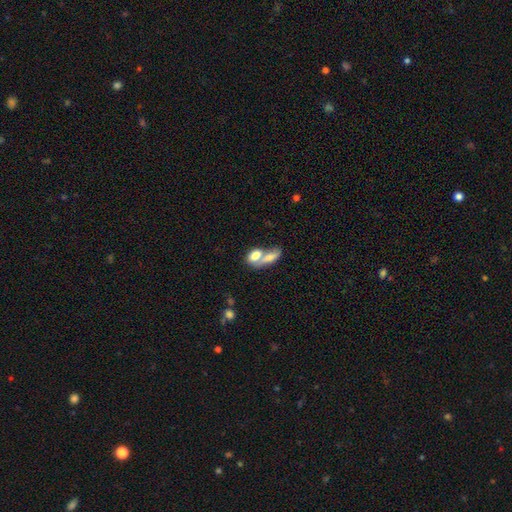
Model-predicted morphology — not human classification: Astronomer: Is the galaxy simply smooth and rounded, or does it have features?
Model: smooth — 74%.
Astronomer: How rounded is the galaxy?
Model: in between — 82%.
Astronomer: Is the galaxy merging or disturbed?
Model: merger — 66%.